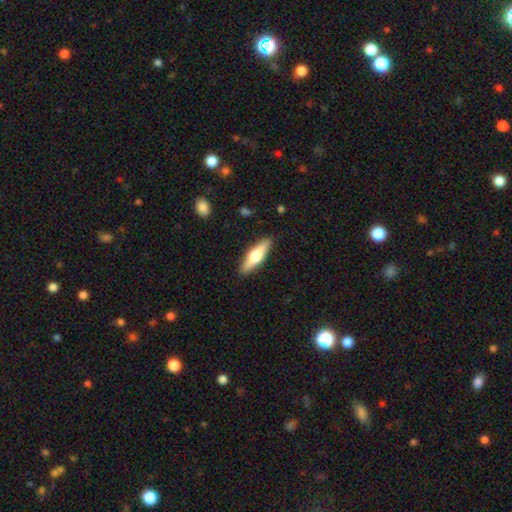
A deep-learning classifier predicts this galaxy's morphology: A smooth galaxy with no disk features (51%) that is cigar-shaped (62%). Merging: none (89%).